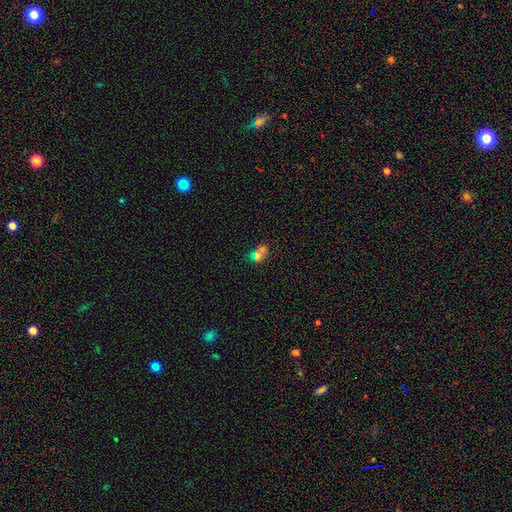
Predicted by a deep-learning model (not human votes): smooth_or_featured: smooth (p=0.57) [alt: star or artifact p=0.23]
how_rounded: round (p=0.59) [alt: in between p=0.39]
merging: merger (p=0.47) [alt: none p=0.39]